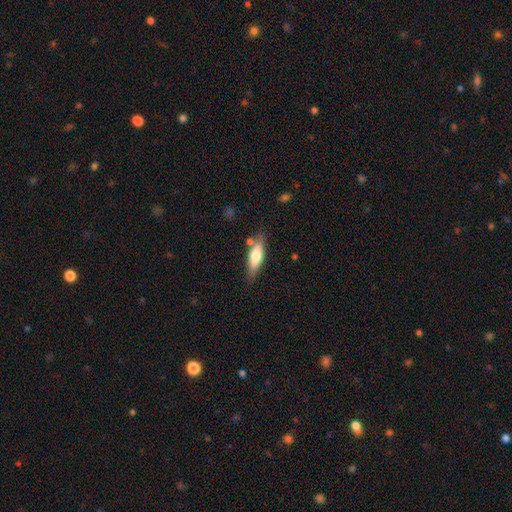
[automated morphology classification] Smooth or featured: smooth — 61% (featured or disk — 33%)
How rounded: in between — 51% (cigar-shaped — 47%)
Merging: none — 74% (minor disturbance — 16%)